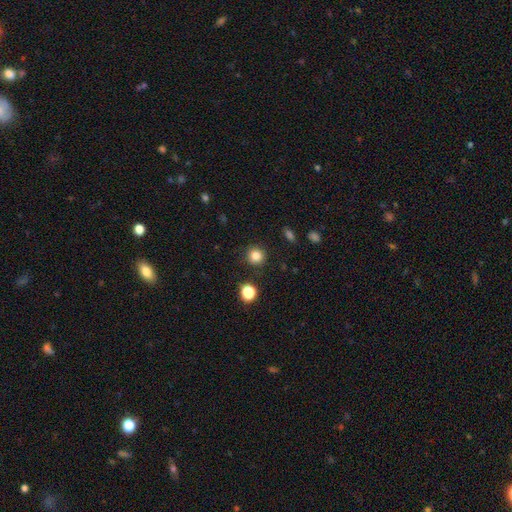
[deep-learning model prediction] smooth 83%, star or artifact 12%, featured or disk 5%. Down the decision tree: how rounded — round (92%); merging — none (89%).